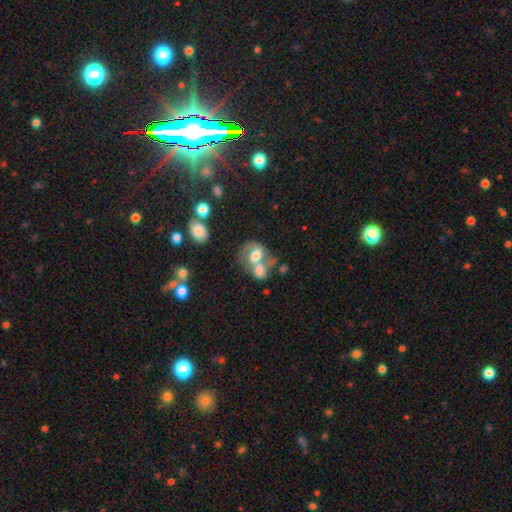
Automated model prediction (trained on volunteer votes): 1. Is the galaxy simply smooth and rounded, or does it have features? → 51% featured or disk, 40% smooth, 9% star or artifact.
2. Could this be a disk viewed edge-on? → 96% no, 4% yes.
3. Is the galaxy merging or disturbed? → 58% merger, 20% none, 11% major disturbance, 11% minor disturbance.